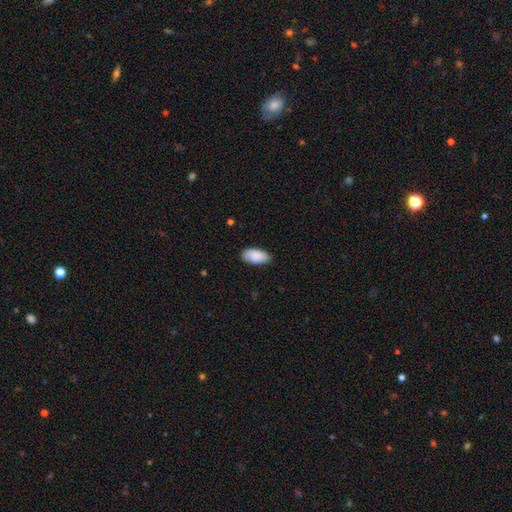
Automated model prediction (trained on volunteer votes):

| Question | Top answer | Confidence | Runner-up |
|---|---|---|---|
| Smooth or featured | smooth | 87% | featured or disk (7%) |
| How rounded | in between | 94% | cigar-shaped (4%) |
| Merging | none | 79% | minor disturbance (17%) |